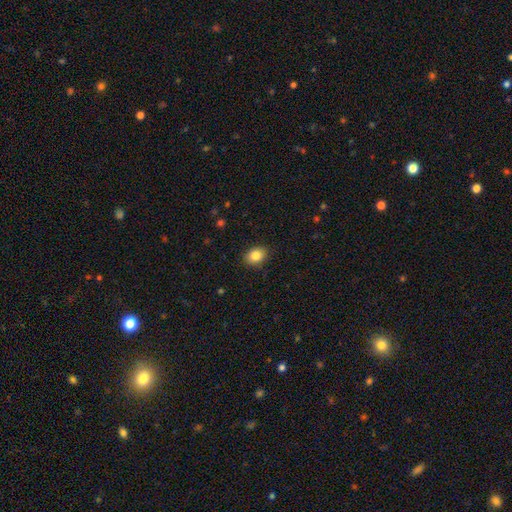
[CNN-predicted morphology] Q: Smooth or featured?
A: smooth (84%); runner-up: star or artifact (9%)
Q: How rounded?
A: in between (61%); runner-up: round (38%)
Q: Merging?
A: none (89%); runner-up: minor disturbance (9%)